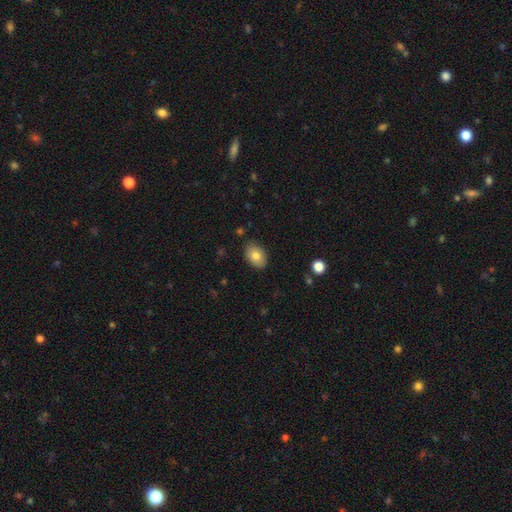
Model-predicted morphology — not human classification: smooth_or_featured: smooth (p=0.80) [alt: featured or disk p=0.12]
how_rounded: in between (p=0.81) [alt: round p=0.18]
merging: none (p=0.85) [alt: minor disturbance p=0.11]